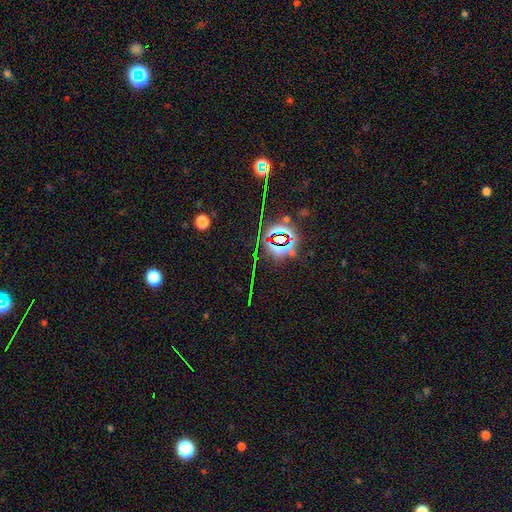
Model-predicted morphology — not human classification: Smooth or featured? Predicted: star or artifact (p=0.83).